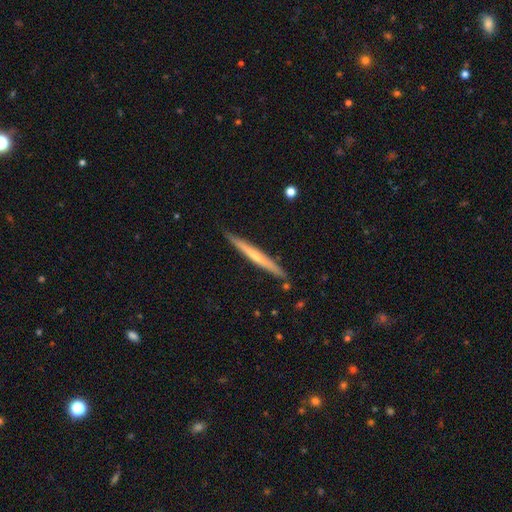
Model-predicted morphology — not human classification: A featured or disk galaxy (56%) viewed edge-on (97%) with no central bulge (60%). Merging: none (88%).